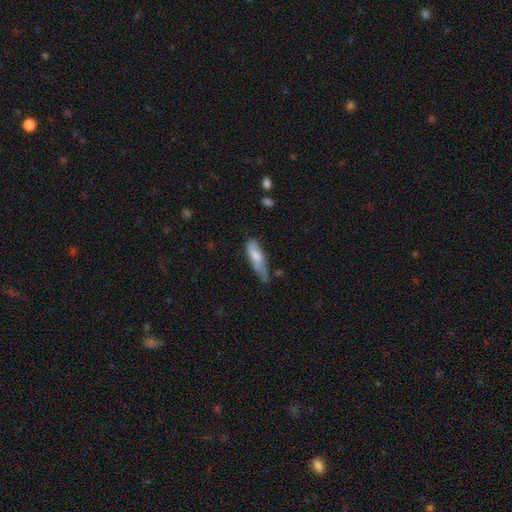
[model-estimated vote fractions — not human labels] smooth 69%, featured or disk 25%, star or artifact 6%. Down the decision tree: how rounded — cigar-shaped (52%); merging — minor disturbance (44%).